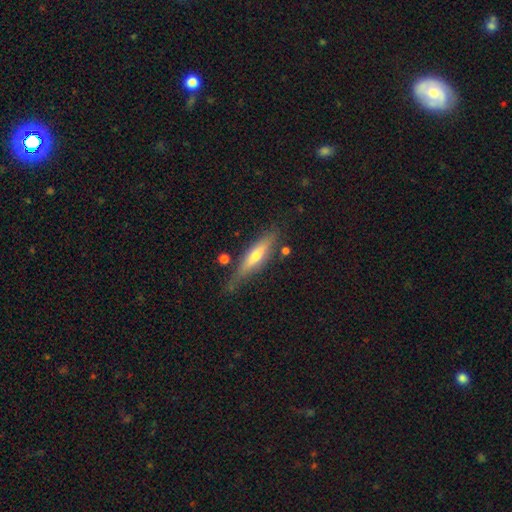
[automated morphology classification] Smooth or featured: featured or disk — 56% (smooth — 37%)
Edge-on disk: yes — 90% (no — 10%)
Merging: none — 75% (minor disturbance — 17%)